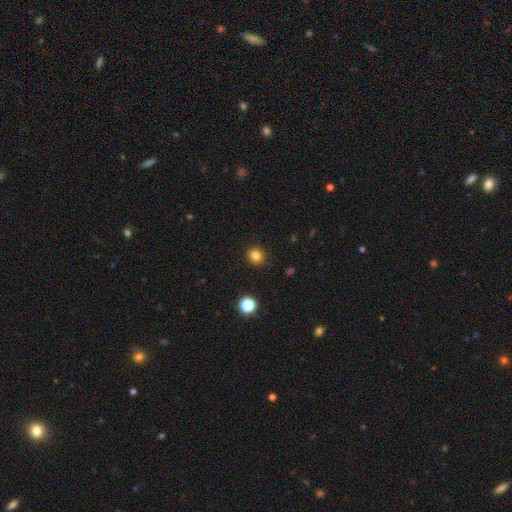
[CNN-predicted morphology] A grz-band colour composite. It shows a smooth galaxy with no disk features (83%) that is round (91%). Merging: none (91%).